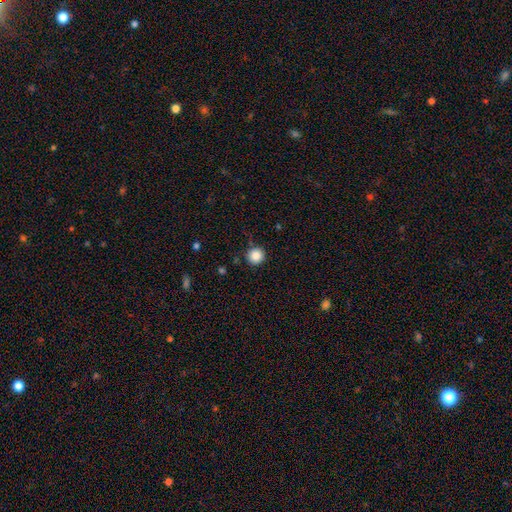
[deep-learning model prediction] smooth_or_featured: smooth (p=0.86) [alt: star or artifact p=0.10]
how_rounded: round (p=0.94) [alt: in between p=0.05]
merging: none (p=0.87) [alt: minor disturbance p=0.09]